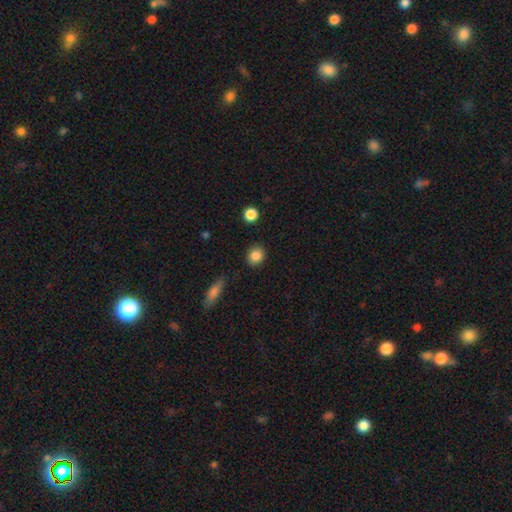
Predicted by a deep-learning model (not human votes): Overall: smooth (86%). How rounded: round (75%). Merging: none (88%).